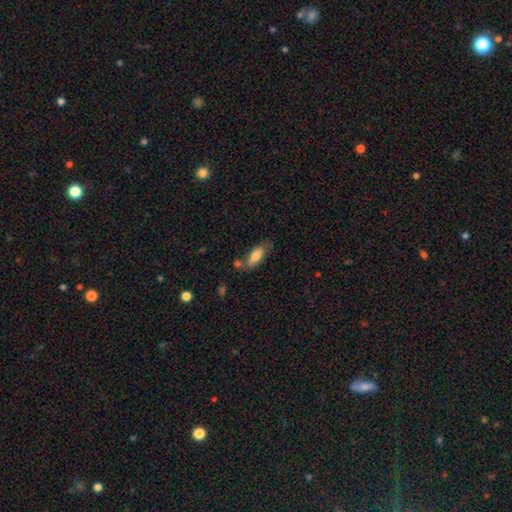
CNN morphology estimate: Q: Smooth or featured?
A: smooth (79%); runner-up: featured or disk (14%)
Q: How rounded?
A: in between (72%); runner-up: cigar-shaped (25%)
Q: Merging?
A: none (57%); runner-up: minor disturbance (21%)